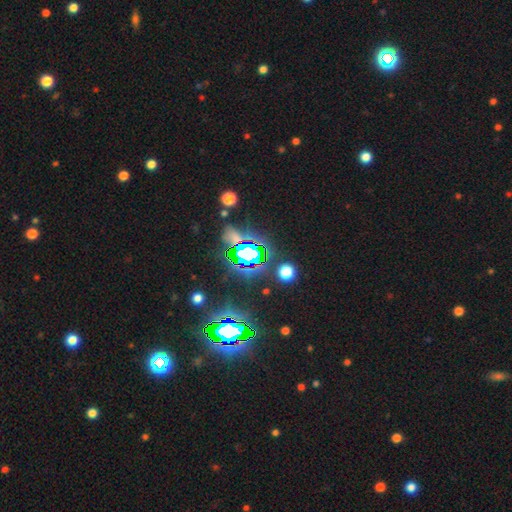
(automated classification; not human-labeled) smooth-or-featured: star or artifact: 71% | smooth: 18% | featured or disk: 11%